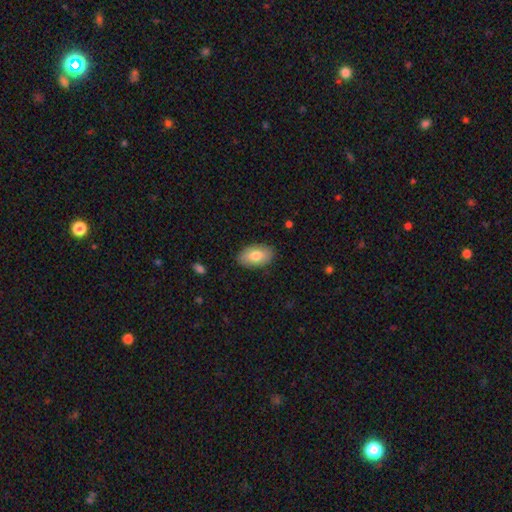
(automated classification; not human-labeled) Smooth or featured? Predicted: smooth (p=0.78). How rounded? Predicted: in between (p=0.93). Merging? Predicted: none (p=0.87).